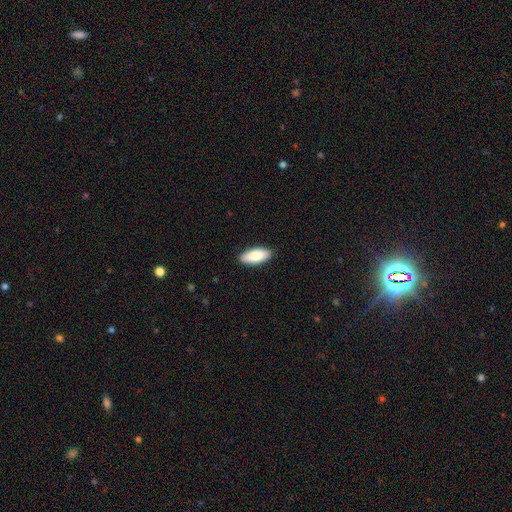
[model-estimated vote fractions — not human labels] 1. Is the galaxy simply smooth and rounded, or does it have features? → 82% smooth, 12% featured or disk, 6% star or artifact.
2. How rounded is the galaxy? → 82% in between, 16% cigar-shaped, 2% round.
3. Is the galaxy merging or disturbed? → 90% none, 8% minor disturbance, 2% major disturbance, 1% merger.